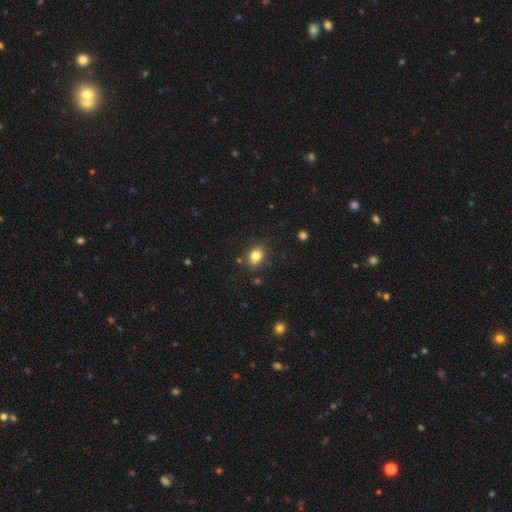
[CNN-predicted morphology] A smooth galaxy with no disk features (81%) that is in between round and cigar-shaped (60%).

Vote fractions:
- Smooth or featured? smooth: 81% / star or artifact: 11% / featured or disk: 8%
- How rounded? in between: 60% / round: 39% / cigar-shaped: 1%
- Merging? none: 81% / minor disturbance: 13% / major disturbance: 3% / merger: 3%